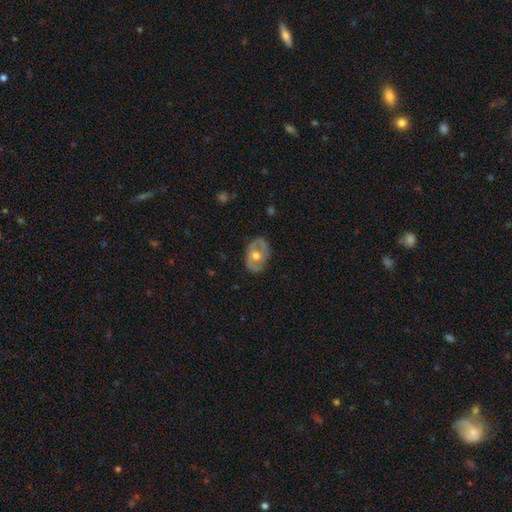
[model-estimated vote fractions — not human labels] Overall: featured or disk (59%; smooth 35%). Edge-on disk: no (91%). Bar: no (70%). Spiral arms: no (69%; yes 31%). Bulge size: moderate (72%). Merging: none (78%).